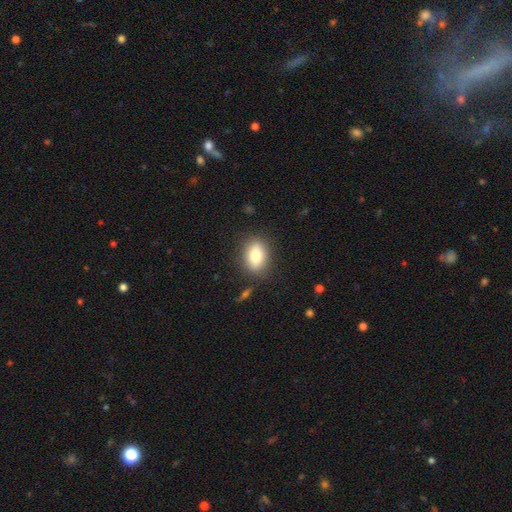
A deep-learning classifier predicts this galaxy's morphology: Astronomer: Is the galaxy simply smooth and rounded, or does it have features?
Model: smooth — 79%.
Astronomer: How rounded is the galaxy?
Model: in between — 78%.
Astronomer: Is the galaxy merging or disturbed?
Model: none — 83%.